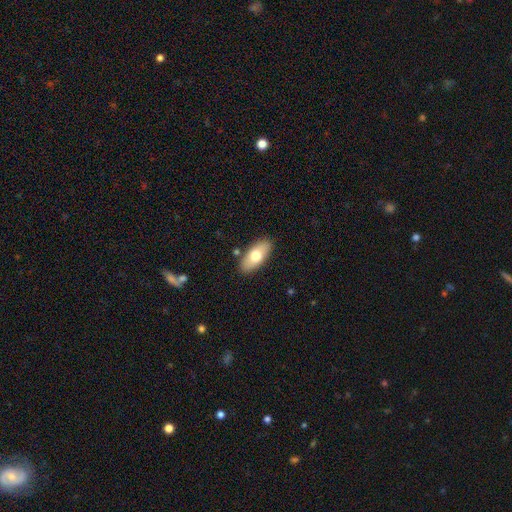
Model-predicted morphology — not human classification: smooth-or-featured: smooth: 70% | featured or disk: 24% | star or artifact: 6%
  how-rounded: in between: 87% | cigar-shaped: 10% | round: 3%
  merging: none: 86% | minor disturbance: 9% | merger: 3% | major disturbance: 2%